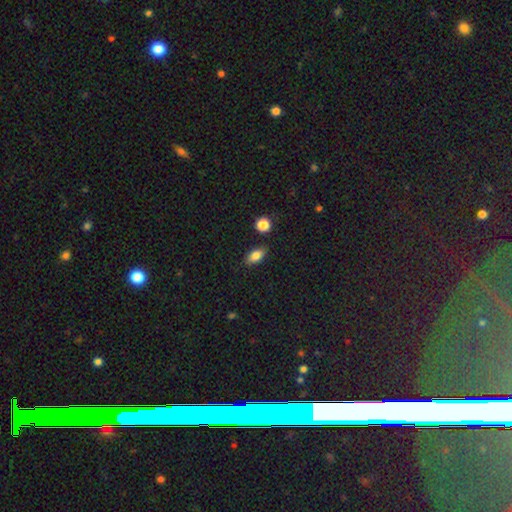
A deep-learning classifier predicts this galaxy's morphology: A smooth galaxy with no disk features (82%) that is in between round and cigar-shaped (86%). Merging: none (84%).